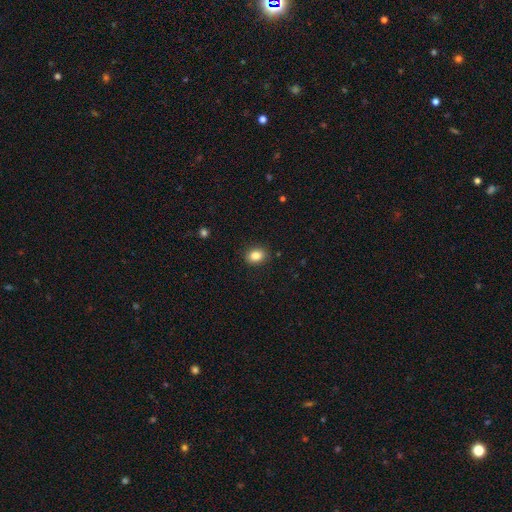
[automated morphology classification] A smooth galaxy with no disk features (85%) that is in between round and cigar-shaped (64%).

Vote fractions:
- Smooth or featured? smooth: 85% / star or artifact: 9% / featured or disk: 6%
- How rounded? in between: 64% / round: 35% / cigar-shaped: 1%
- Merging? none: 89% / minor disturbance: 8% / major disturbance: 2% / merger: 1%